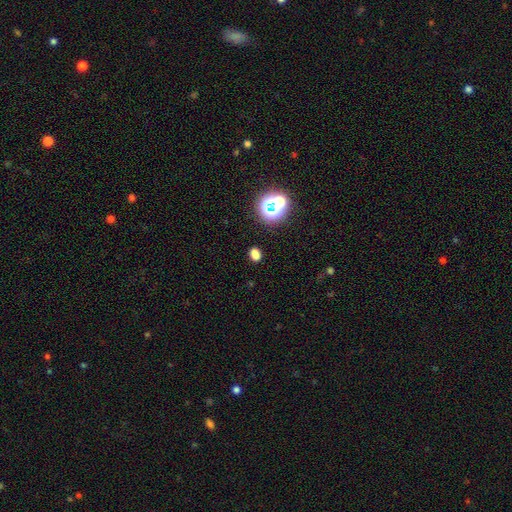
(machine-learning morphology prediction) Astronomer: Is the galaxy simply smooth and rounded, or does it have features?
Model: smooth — 67%.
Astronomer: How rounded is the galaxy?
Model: in between — 66%.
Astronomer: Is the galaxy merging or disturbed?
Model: none — 83%.